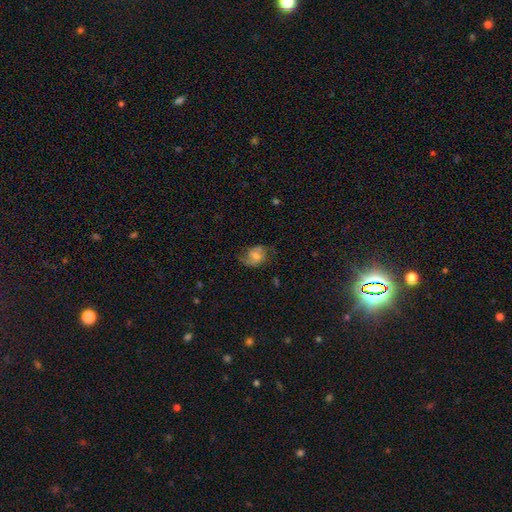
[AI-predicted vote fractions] Morphology: type=featured or disk (53%); edge-on=no (97%); bar=no (51%); spiral arms=yes (85%); bulge=moderate (51%); merging=none (61%).